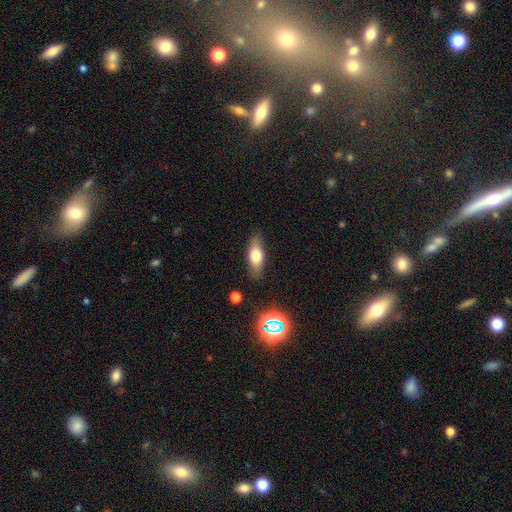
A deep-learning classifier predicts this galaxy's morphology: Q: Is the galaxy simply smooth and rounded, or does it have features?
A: smooth — 64%.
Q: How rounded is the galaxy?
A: in between — 72%.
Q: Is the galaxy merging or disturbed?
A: none — 84%.